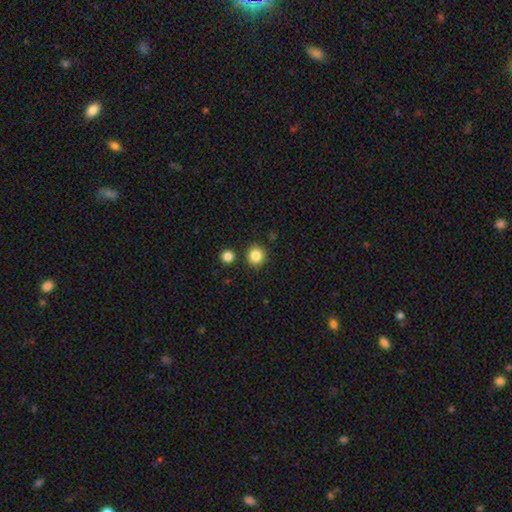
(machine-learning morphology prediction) This is clearly a smooth galaxy (85%). How rounded: clearly round (92%). Merging: clearly none (87%).